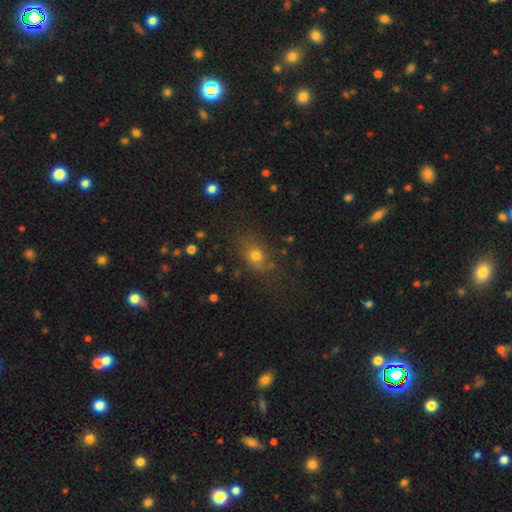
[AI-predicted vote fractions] Smooth or featured? Predicted: smooth (p=0.67). How rounded? Predicted: in between (p=0.59). Merging? Predicted: none (p=0.70).